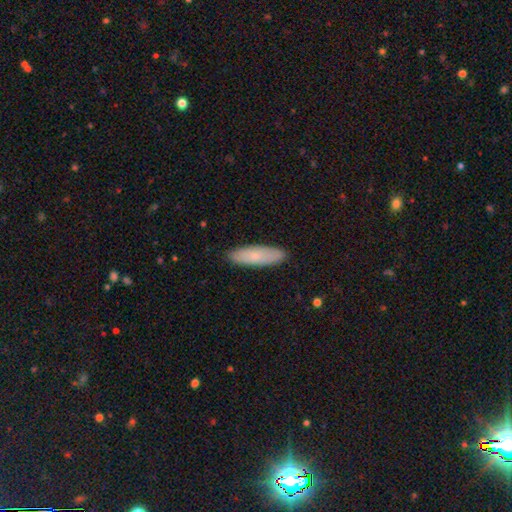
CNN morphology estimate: Smooth or featured: smooth — 76% (featured or disk — 18%)
How rounded: cigar-shaped — 62% (in between — 37%)
Merging: none — 90% (minor disturbance — 8%)